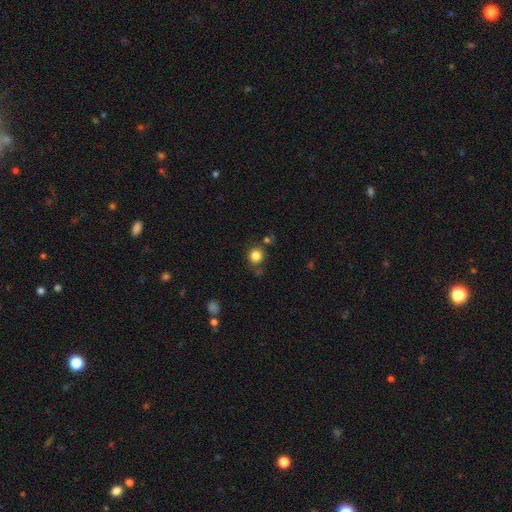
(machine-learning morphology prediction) A smooth galaxy with no disk features (83%) that is round (90%). Merging: none (78%).